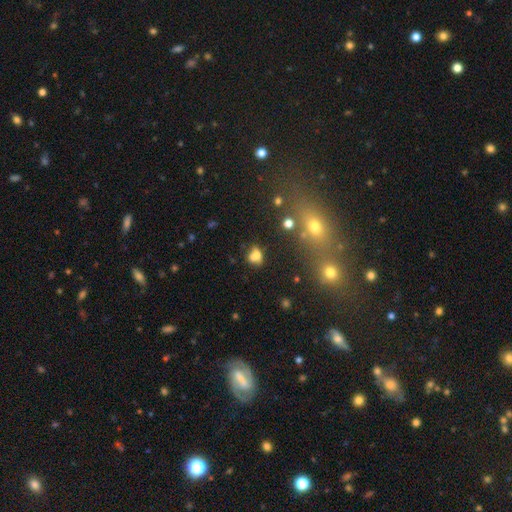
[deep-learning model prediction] Smooth or featured? Predicted: smooth (p=0.71). How rounded? Predicted: in between (p=0.59). Merging? Predicted: none (p=0.42).